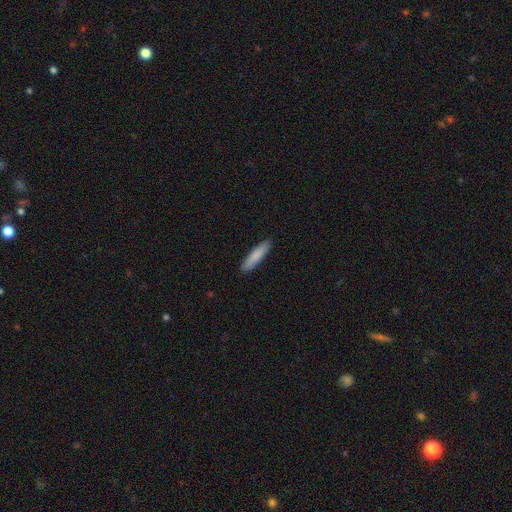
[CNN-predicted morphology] Smooth or featured? smooth (85%)
How rounded? cigar-shaped (81%)
Merging? none (91%)